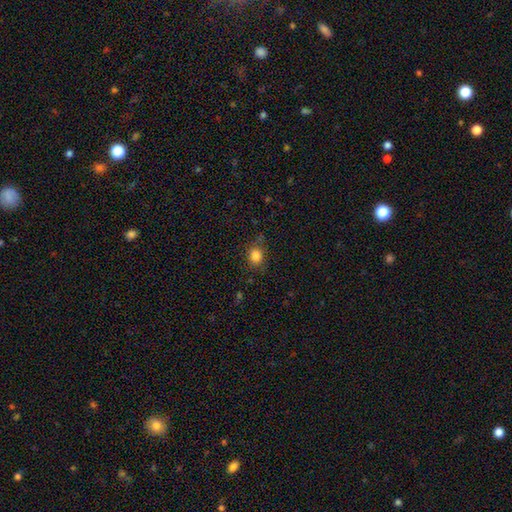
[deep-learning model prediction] Morphology: type=smooth (84%); roundness=round (69%); merging=none (79%).